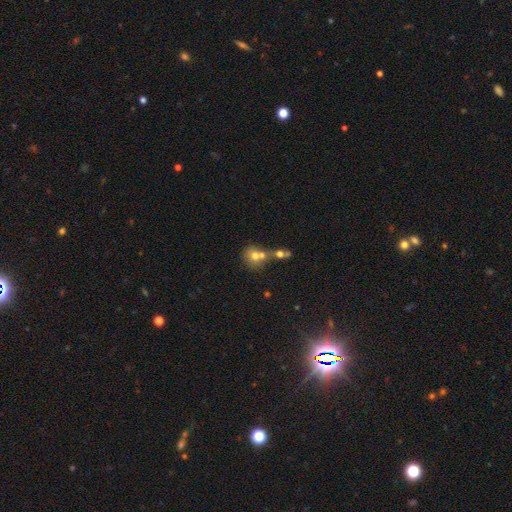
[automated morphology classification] Q: Smooth or featured?
A: smooth (66%); runner-up: featured or disk (20%)
Q: How rounded?
A: round (77%); runner-up: in between (22%)
Q: Merging?
A: merger (59%); runner-up: none (30%)